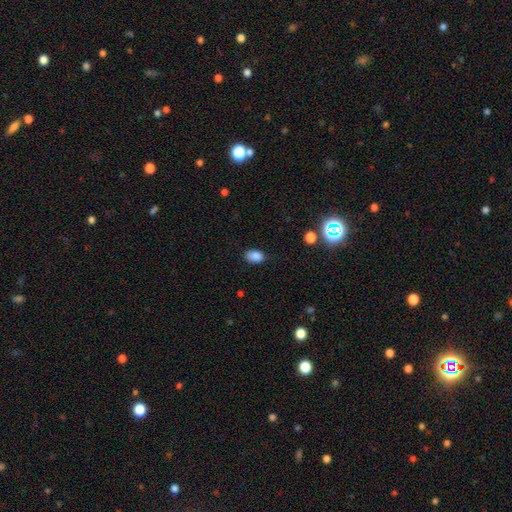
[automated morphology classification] Smooth or featured? Predicted: smooth (p=0.83). How rounded? Predicted: in between (p=0.80). Merging? Predicted: none (p=0.77).